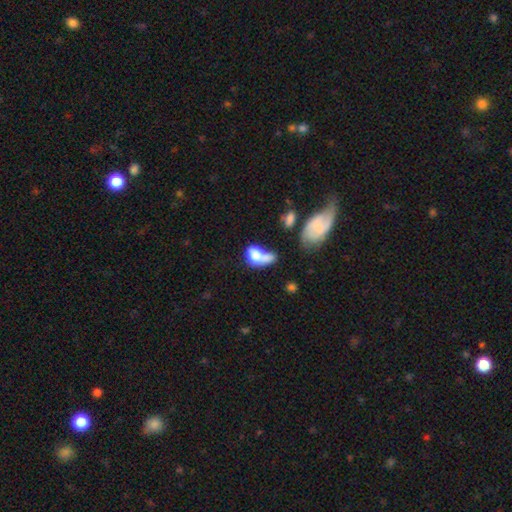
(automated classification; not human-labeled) Morphology: type=smooth (70%); roundness=in between (80%); merging=merger (45%).